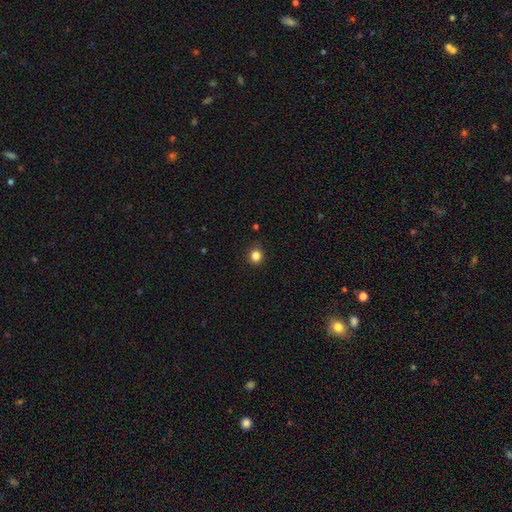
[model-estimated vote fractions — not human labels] A smooth galaxy with no disk features (84%) that is round (84%).

Vote fractions:
- Smooth or featured? smooth: 84% / star or artifact: 12% / featured or disk: 4%
- How rounded? round: 84% / in between: 15% / cigar-shaped: 1%
- Merging? none: 87% / minor disturbance: 10% / major disturbance: 2% / merger: 1%